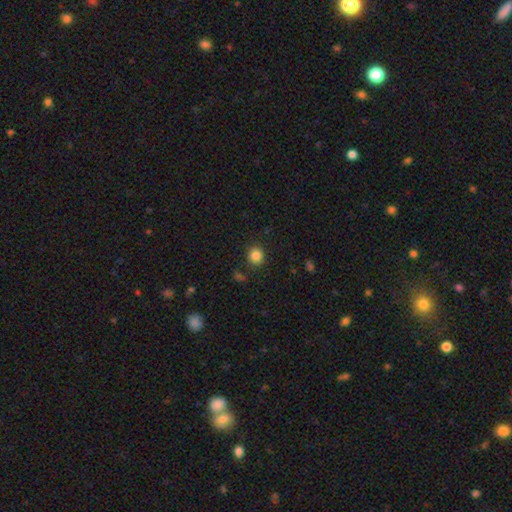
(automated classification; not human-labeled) smooth_or_featured: smooth (p=0.84) [alt: star or artifact p=0.11]
how_rounded: round (p=0.84) [alt: in between p=0.15]
merging: none (p=0.85) [alt: minor disturbance p=0.10]